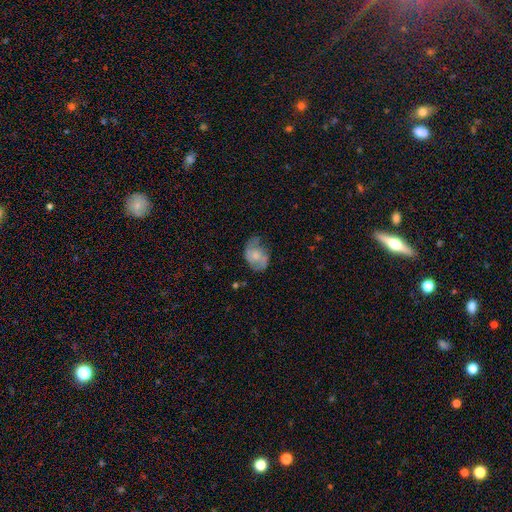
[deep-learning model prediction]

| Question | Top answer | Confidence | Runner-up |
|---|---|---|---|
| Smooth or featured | smooth | 51% | featured or disk (42%) |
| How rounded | in between | 76% | round (23%) |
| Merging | none | 46% | minor disturbance (33%) |